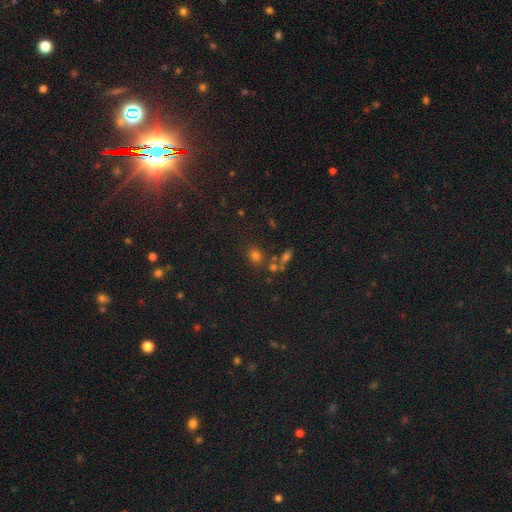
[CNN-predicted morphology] type=smooth (63%); roundness=round (73%); merging=none (66%).